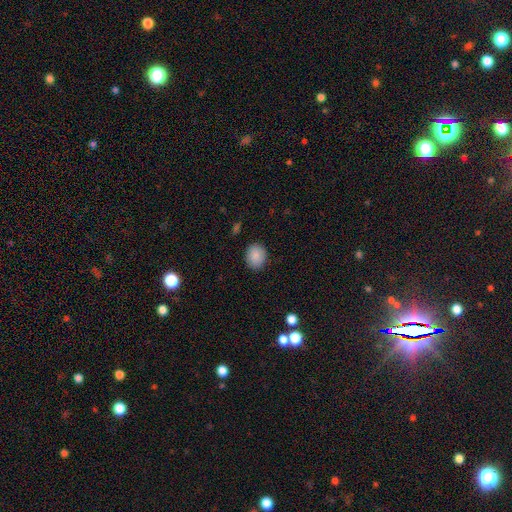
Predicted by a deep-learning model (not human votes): This is clearly a smooth galaxy (88%). How rounded: possibly round (58%). Merging: clearly none (87%).